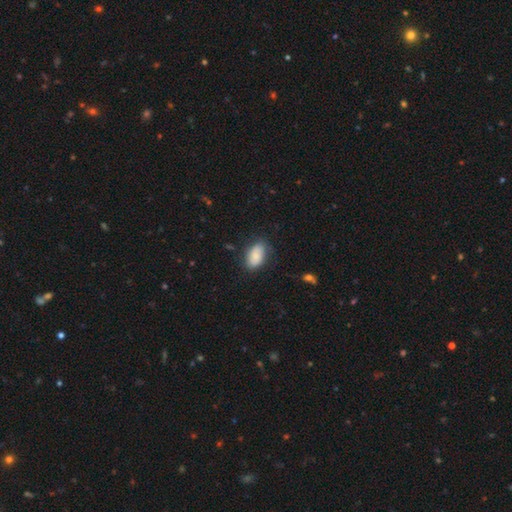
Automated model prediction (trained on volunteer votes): A smooth galaxy with no disk features (78%) that is in between round and cigar-shaped (93%).

Vote fractions:
- Smooth or featured? smooth: 78% / featured or disk: 15% / star or artifact: 7%
- How rounded? in between: 93% / round: 5% / cigar-shaped: 2%
- Merging? none: 74% / minor disturbance: 19% / major disturbance: 5% / merger: 2%